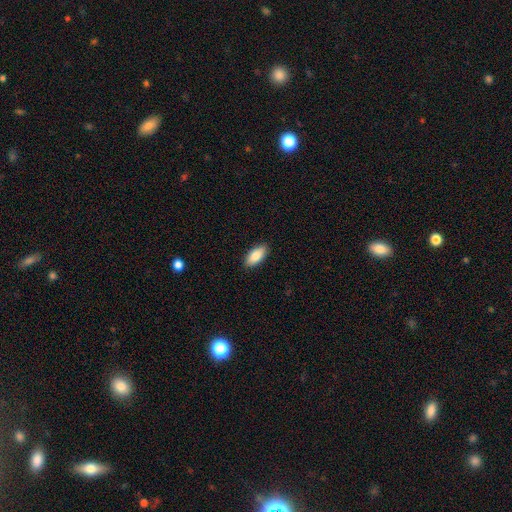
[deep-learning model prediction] A smooth galaxy with no disk features (86%) that is in between round and cigar-shaped (89%). Merging: none (89%).